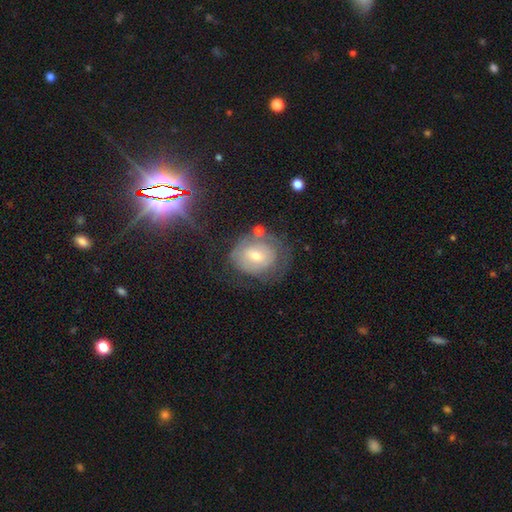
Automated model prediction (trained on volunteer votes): A featured or disk galaxy (50%). Merging: none (53%).